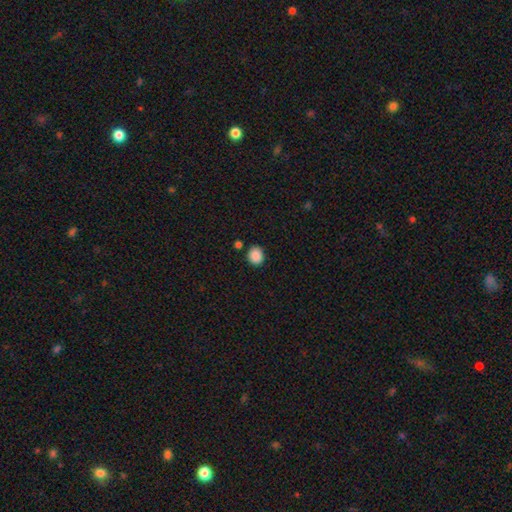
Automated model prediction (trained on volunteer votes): Smooth or featured?
  - smooth: 88% *
  - star or artifact: 9%
  - featured or disk: 3%
How rounded?
  - round: 73% *
  - in between: 26%
  - cigar-shaped: 1%
Merging?
  - none: 85% *
  - minor disturbance: 9%
  - merger: 4%
  - major disturbance: 2%